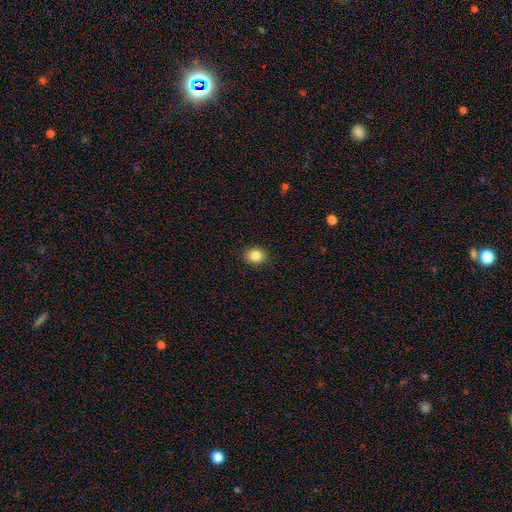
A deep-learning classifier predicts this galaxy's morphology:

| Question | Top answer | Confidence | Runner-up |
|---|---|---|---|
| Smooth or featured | smooth | 85% | star or artifact (10%) |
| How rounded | round | 62% | in between (37%) |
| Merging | none | 90% | minor disturbance (7%) |